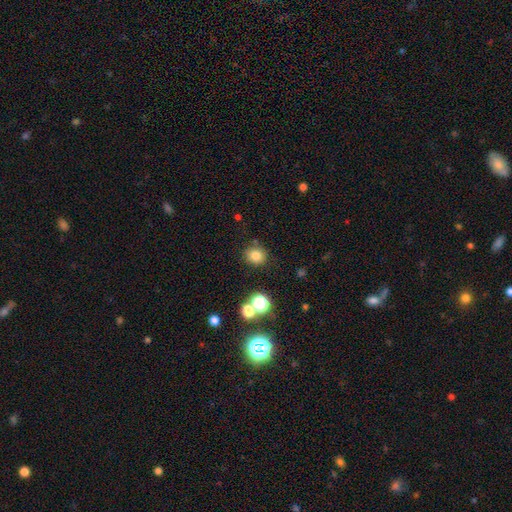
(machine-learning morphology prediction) Overall: smooth (79%). How rounded: round (80%). Merging: none (81%).